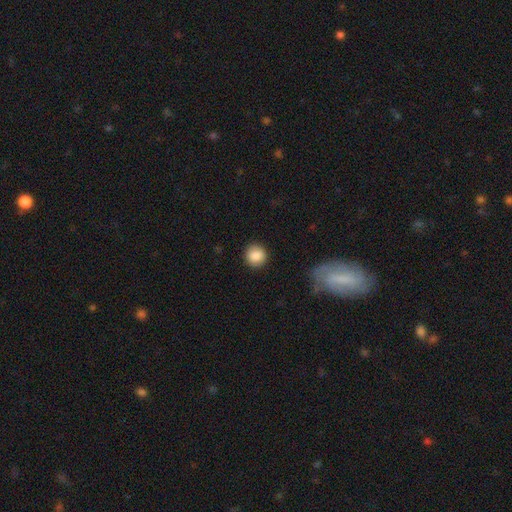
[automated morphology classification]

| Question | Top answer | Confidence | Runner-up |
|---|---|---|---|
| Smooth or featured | smooth | 87% | star or artifact (8%) |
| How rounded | round | 92% | in between (7%) |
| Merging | none | 90% | minor disturbance (7%) |